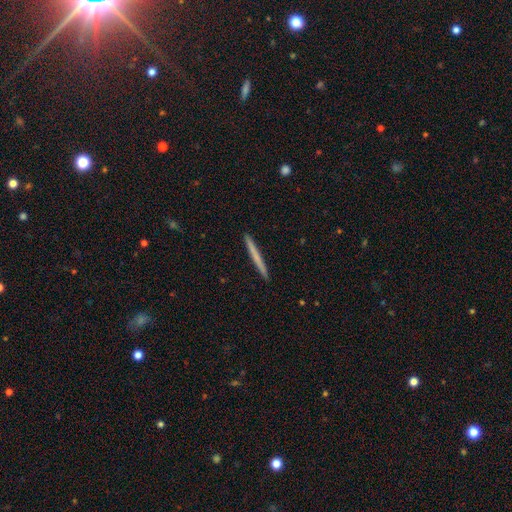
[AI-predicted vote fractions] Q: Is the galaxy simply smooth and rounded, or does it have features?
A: smooth — 62%.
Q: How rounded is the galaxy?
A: cigar-shaped — 97%.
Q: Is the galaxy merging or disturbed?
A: none — 93%.